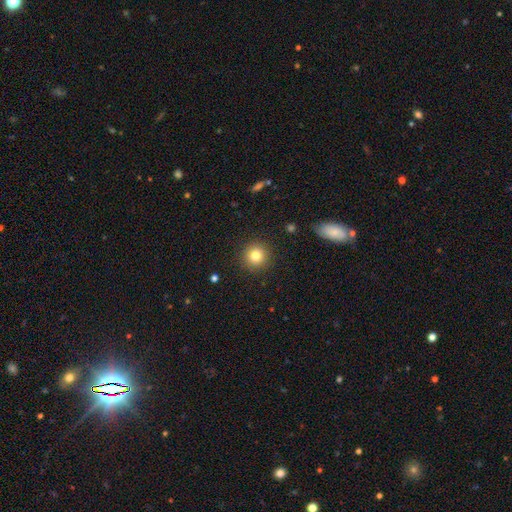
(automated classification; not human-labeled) smooth_or_featured: smooth (p=0.81) [alt: star or artifact p=0.12]
how_rounded: round (p=0.94) [alt: in between p=0.05]
merging: none (p=0.91) [alt: minor disturbance p=0.06]